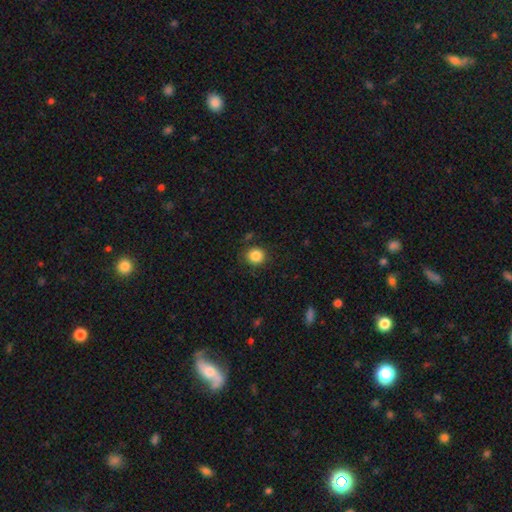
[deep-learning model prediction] Smooth or featured: smooth — 86% (star or artifact — 10%)
How rounded: round — 87% (in between — 12%)
Merging: none — 86% (minor disturbance — 9%)